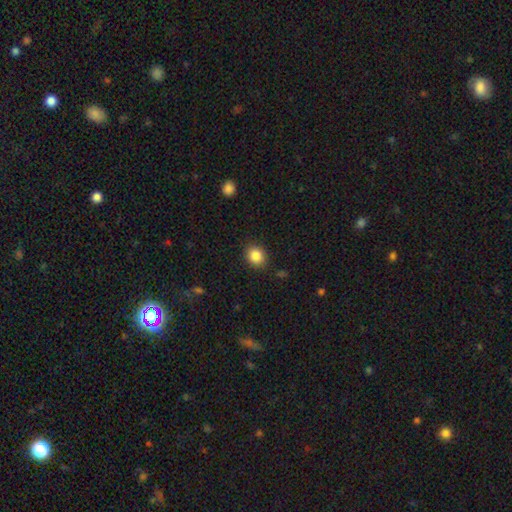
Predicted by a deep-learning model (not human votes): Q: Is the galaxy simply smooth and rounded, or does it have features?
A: smooth — 86%.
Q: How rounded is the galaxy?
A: round — 65%.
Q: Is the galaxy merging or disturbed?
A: none — 88%.